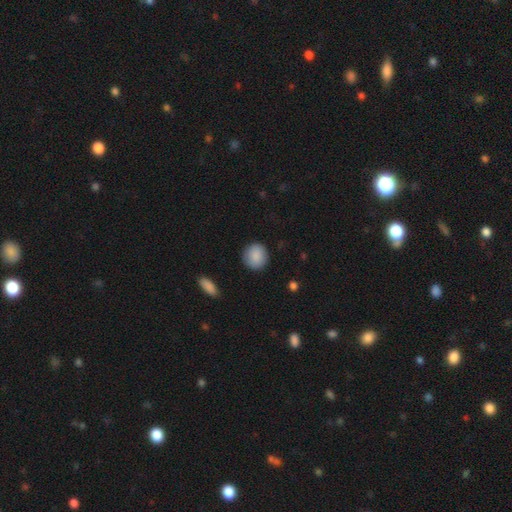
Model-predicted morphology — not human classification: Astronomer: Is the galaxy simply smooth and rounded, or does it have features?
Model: smooth — 89%.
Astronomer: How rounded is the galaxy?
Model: round — 86%.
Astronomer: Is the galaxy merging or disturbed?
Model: none — 89%.